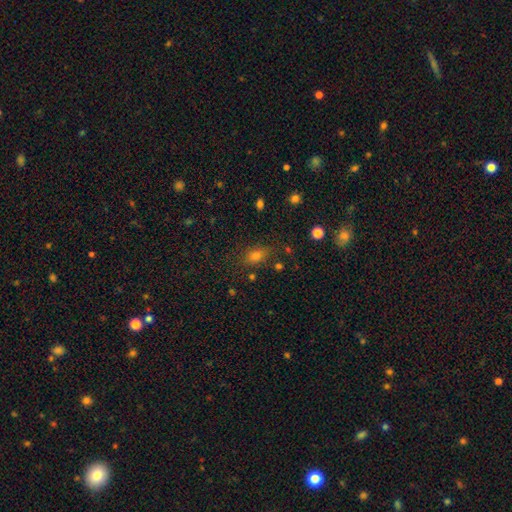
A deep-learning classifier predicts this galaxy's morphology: A smooth galaxy with no disk features (68%) that is in between round and cigar-shaped (72%).

Vote fractions:
- Smooth or featured? smooth: 68% / star or artifact: 22% / featured or disk: 11%
- How rounded? in between: 72% / round: 24% / cigar-shaped: 4%
- Merging? none: 79% / minor disturbance: 13% / major disturbance: 5% / merger: 4%